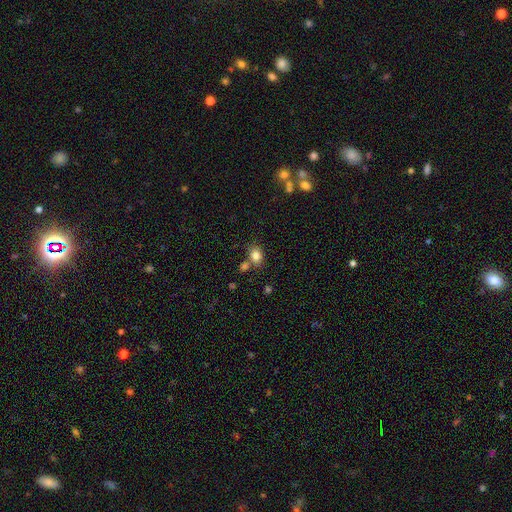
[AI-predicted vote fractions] Smooth or featured? smooth (82%)
How rounded? in between (59%)
Merging? none (64%)